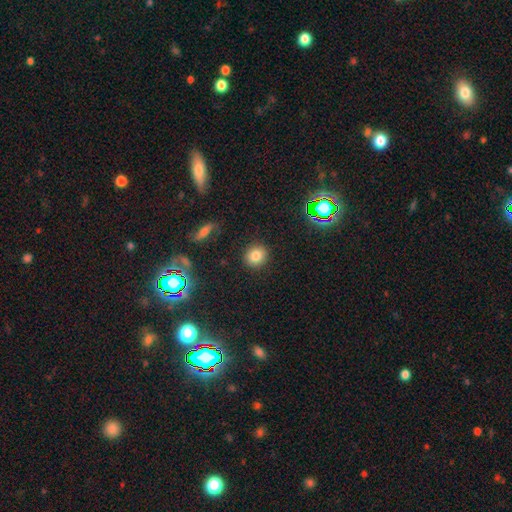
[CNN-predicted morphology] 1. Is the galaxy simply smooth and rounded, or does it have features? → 80% smooth, 13% star or artifact, 8% featured or disk.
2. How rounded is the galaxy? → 82% round, 17% in between, 1% cigar-shaped.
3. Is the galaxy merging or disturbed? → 89% none, 7% minor disturbance, 2% major disturbance, 2% merger.